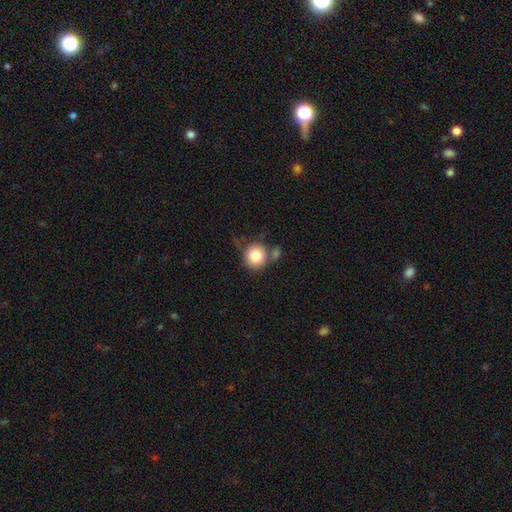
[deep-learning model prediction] smooth 82%, star or artifact 9%, featured or disk 9%. Down the decision tree: how rounded — round (89%); merging — none (61%).